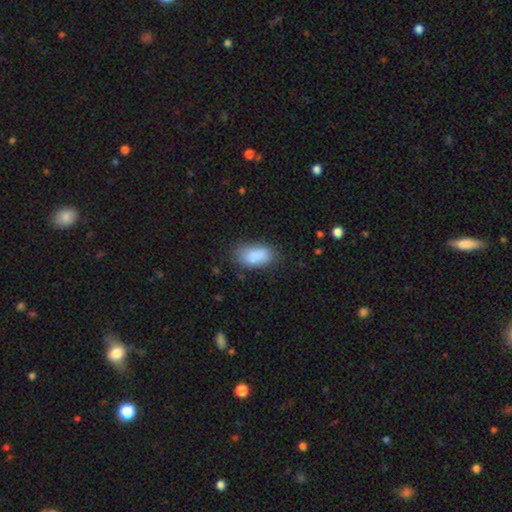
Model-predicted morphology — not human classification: smooth 86%, star or artifact 8%, featured or disk 6%. Down the decision tree: how rounded — in between (93%); merging — none (71%).